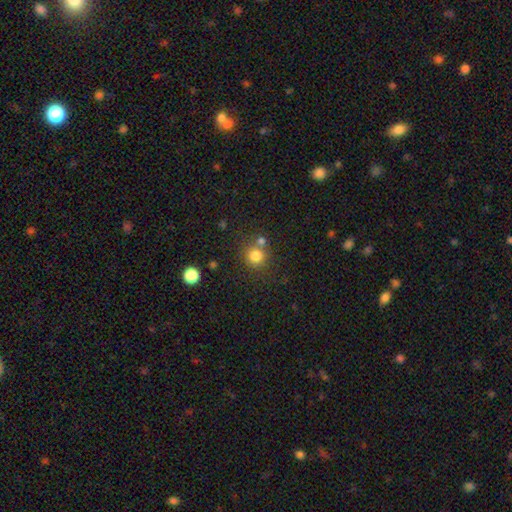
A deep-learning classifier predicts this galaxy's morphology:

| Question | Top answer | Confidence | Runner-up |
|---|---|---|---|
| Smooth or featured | smooth | 80% | star or artifact (13%) |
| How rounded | round | 91% | in between (8%) |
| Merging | none | 68% | merger (19%) |